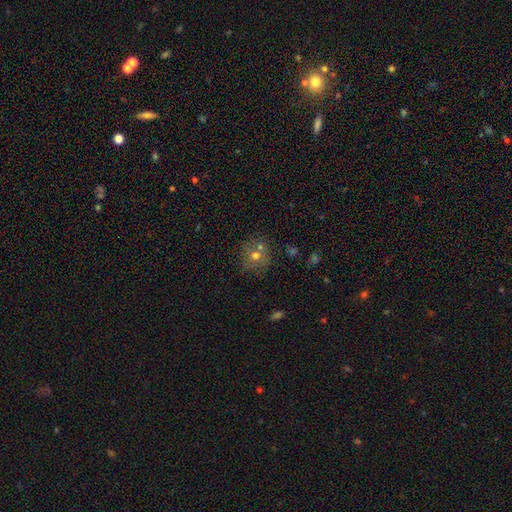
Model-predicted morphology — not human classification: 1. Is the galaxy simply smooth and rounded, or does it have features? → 65% smooth, 20% featured or disk, 15% star or artifact.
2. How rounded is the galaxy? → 85% round, 14% in between, 1% cigar-shaped.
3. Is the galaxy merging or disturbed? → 60% none, 23% merger, 12% minor disturbance, 5% major disturbance.